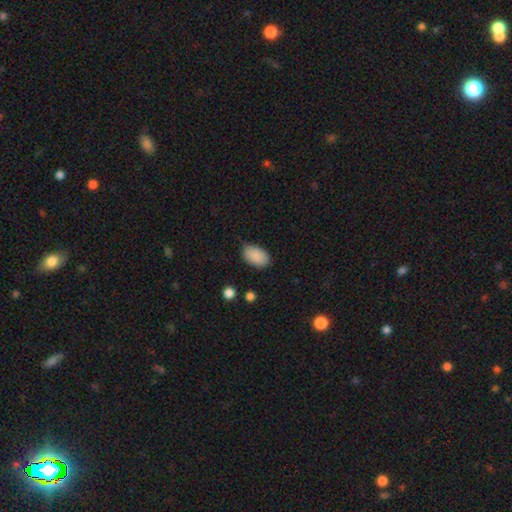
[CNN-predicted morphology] Smooth or featured: smooth — 90% (star or artifact — 7%)
How rounded: in between — 93% (round — 6%)
Merging: none — 77% (minor disturbance — 19%)